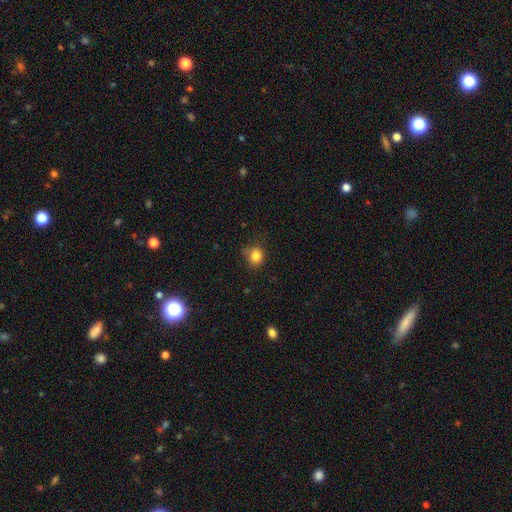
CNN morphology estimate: Smooth or featured: smooth — 83% (star or artifact — 11%)
How rounded: round — 75% (in between — 24%)
Merging: none — 68% (minor disturbance — 23%)